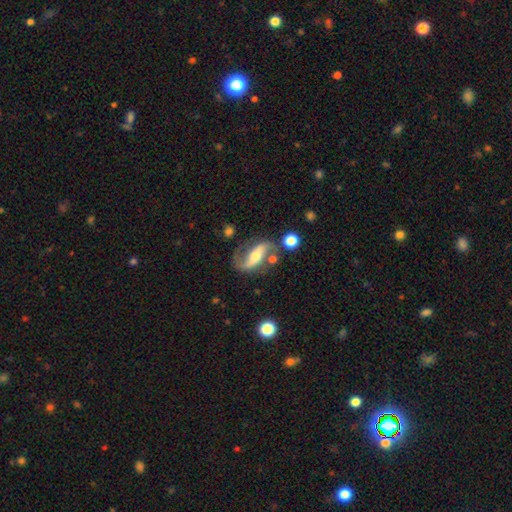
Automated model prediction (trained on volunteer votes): Q: Smooth or featured?
A: featured or disk (81%); runner-up: smooth (13%)
Q: Edge-on disk?
A: no (93%); runner-up: yes (7%)
Q: Bar?
A: strong (45%); runner-up: no (28%)
Q: Spiral arms?
A: yes (93%); runner-up: no (7%)
Q: Spiral winding?
A: loose (62%); runner-up: medium (29%)
Q: Spiral arm count?
A: 2 (88%); runner-up: 1 (7%)
Q: Bulge size?
A: moderate (59%); runner-up: small (29%)
Q: Merging?
A: none (63%); runner-up: minor disturbance (17%)